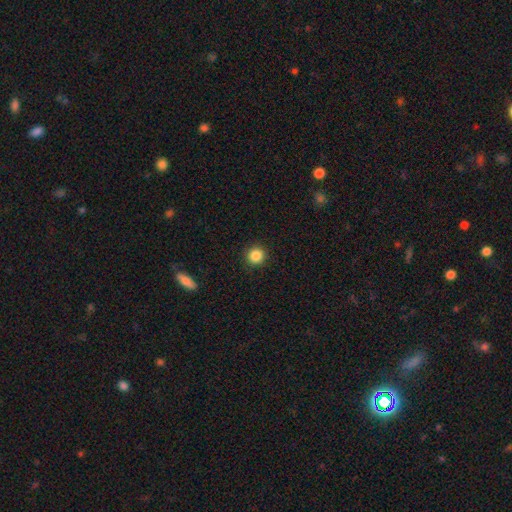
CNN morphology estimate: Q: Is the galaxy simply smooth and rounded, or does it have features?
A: smooth — 86%.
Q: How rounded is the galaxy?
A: round — 94%.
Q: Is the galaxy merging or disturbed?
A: none — 92%.